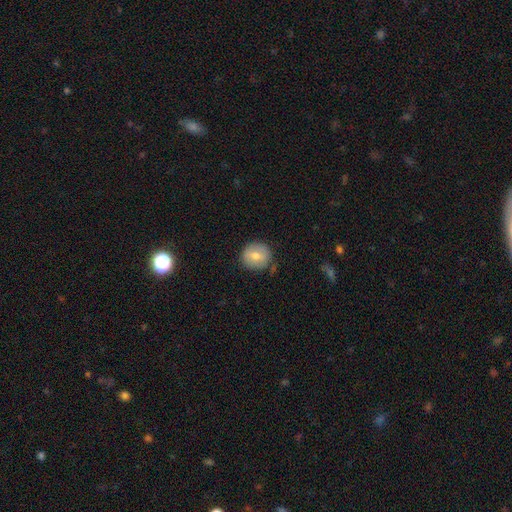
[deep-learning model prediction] smooth-or-featured: smooth: 69% | featured or disk: 23% | star or artifact: 8%
  how-rounded: round: 89% | in between: 10% | cigar-shaped: 1%
  merging: none: 83% | minor disturbance: 12% | major disturbance: 3% | merger: 2%